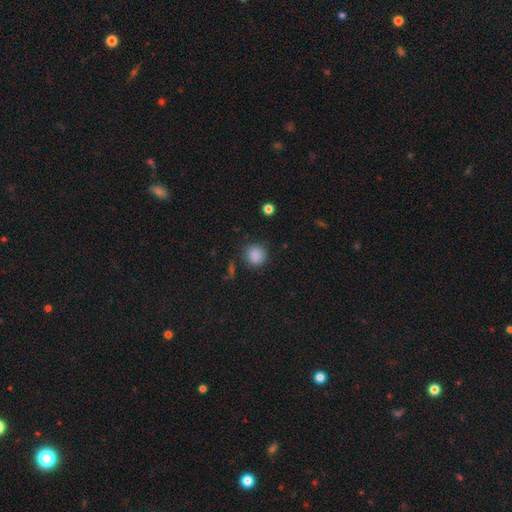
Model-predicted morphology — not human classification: The model was most divided on "merging": none: 83%, minor disturbance: 11%, major disturbance: 4%, merger: 2%. More confident: how rounded — round (88%); smooth or featured — smooth (87%).